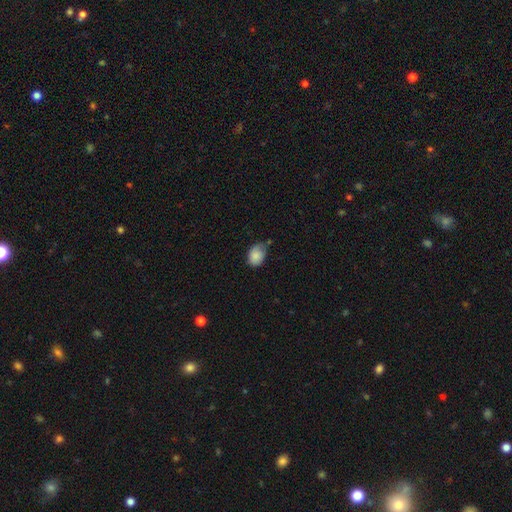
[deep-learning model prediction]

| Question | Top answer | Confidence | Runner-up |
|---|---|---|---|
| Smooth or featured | smooth | 85% | star or artifact (8%) |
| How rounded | in between | 68% | round (31%) |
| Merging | none | 50% | minor disturbance (38%) |